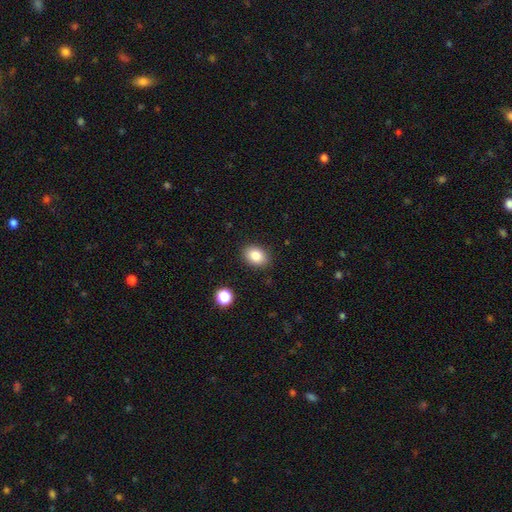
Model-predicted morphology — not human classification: smooth-or-featured: smooth: 85% | star or artifact: 9% | featured or disk: 6%
  how-rounded: in between: 75% | round: 24% | cigar-shaped: 1%
  merging: none: 87% | minor disturbance: 9% | major disturbance: 2% | merger: 1%